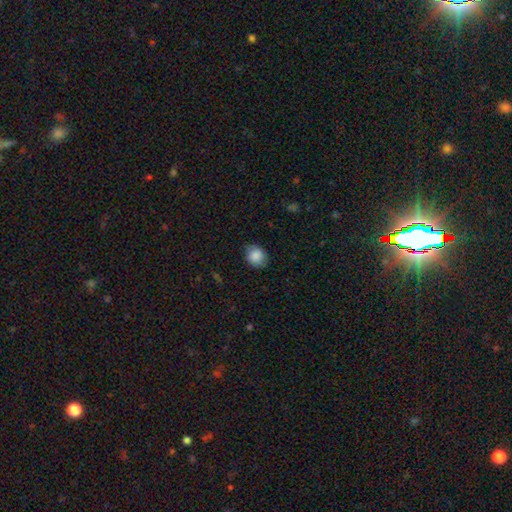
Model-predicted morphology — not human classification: smooth 87%, star or artifact 8%, featured or disk 5%. Down the decision tree: how rounded — round (66%); merging — none (81%).